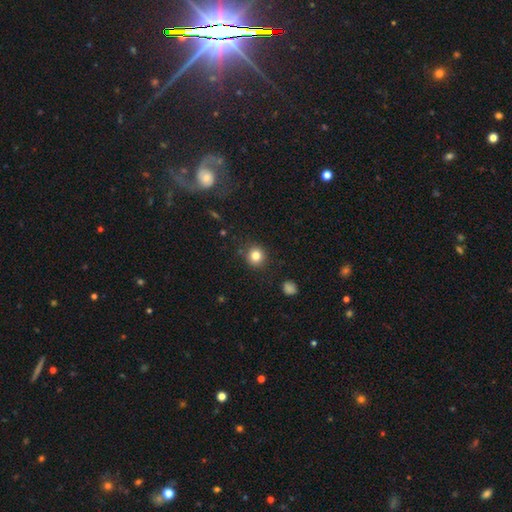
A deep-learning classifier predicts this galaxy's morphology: This appears to be a smooth galaxy with no disk features (82%) that is round (91%). Merging: none (88%).